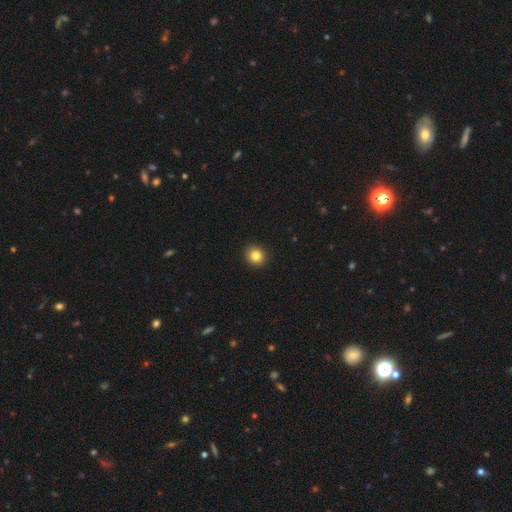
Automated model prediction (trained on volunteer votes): Smooth or featured?
  - smooth: 83% *
  - star or artifact: 11%
  - featured or disk: 6%
How rounded?
  - round: 89% *
  - in between: 10%
  - cigar-shaped: 1%
Merging?
  - none: 93% *
  - minor disturbance: 4%
  - major disturbance: 1%
  - merger: 1%